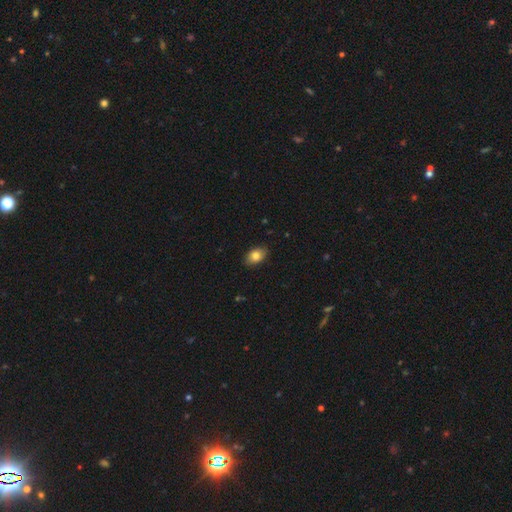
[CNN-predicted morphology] The model was most divided on "how rounded": in between: 85%, round: 14%, cigar-shaped: 1%. More confident: merging — none (86%); smooth or featured — smooth (83%).